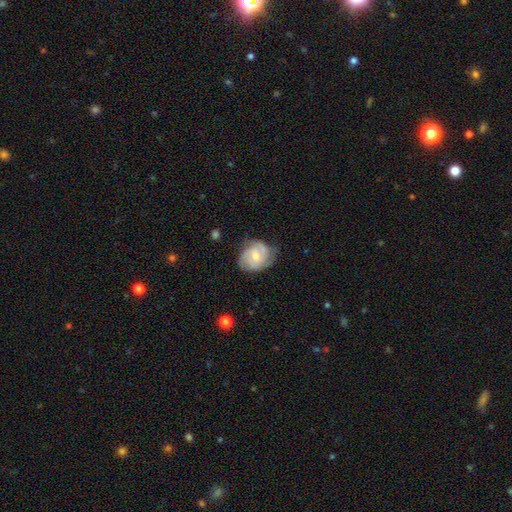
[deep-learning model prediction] Smooth or featured? Predicted: featured or disk (p=0.78). Edge-on disk? Predicted: no (p=0.98). Bar? Predicted: no (p=0.52). Spiral arms? Predicted: yes (p=0.95). Spiral winding? Predicted: tight (p=0.55). Spiral arm count? Predicted: 3 (p=0.39). Bulge size? Predicted: moderate (p=0.50). Merging? Predicted: none (p=0.68).